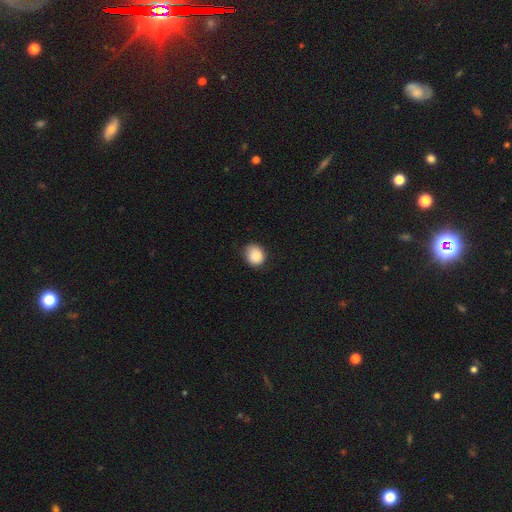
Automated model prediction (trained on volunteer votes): smooth 88%, star or artifact 8%, featured or disk 4%. Down the decision tree: how rounded — round (71%); merging — none (76%).